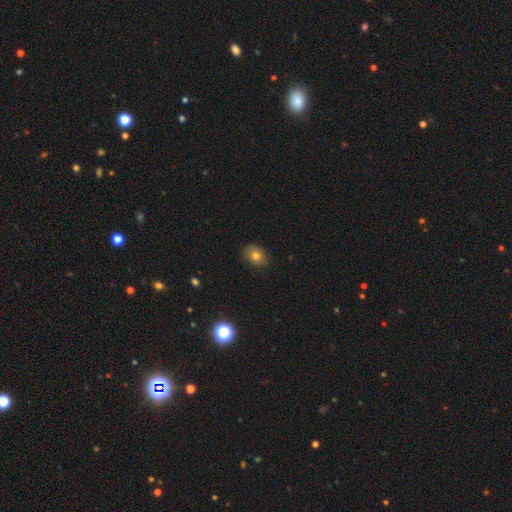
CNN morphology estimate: Smooth or featured? Predicted: smooth (p=0.77). How rounded? Predicted: round (p=0.52). Merging? Predicted: none (p=0.82).